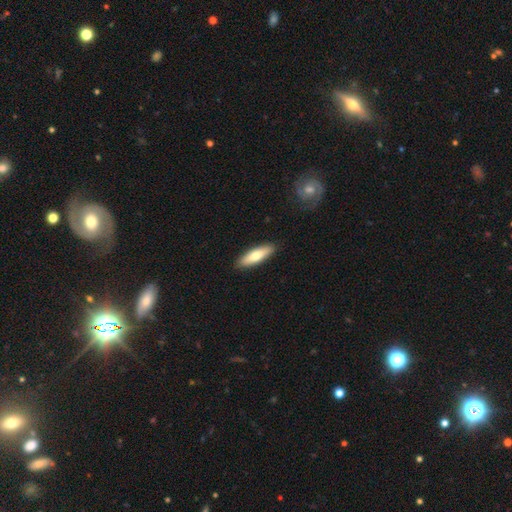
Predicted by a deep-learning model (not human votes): Smooth or featured? Predicted: smooth (p=0.67). How rounded? Predicted: cigar-shaped (p=0.58). Merging? Predicted: none (p=0.90).